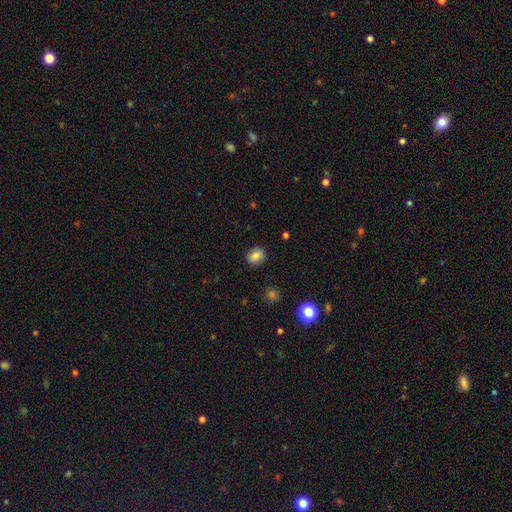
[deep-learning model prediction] This is clearly a smooth galaxy (81%). How rounded: possibly round (57%). Merging: clearly none (88%).